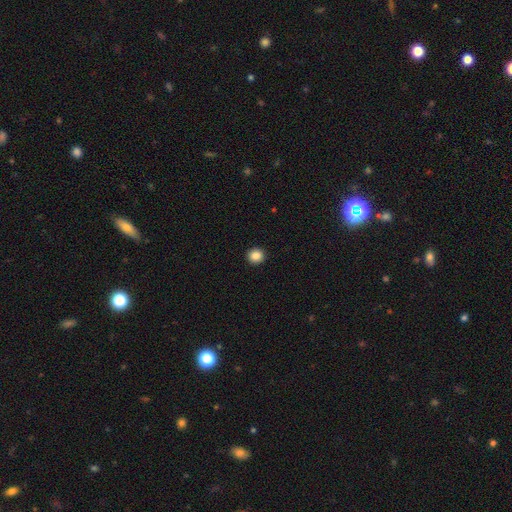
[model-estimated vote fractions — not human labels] A smooth galaxy with no disk features (86%) that is round (92%).

Vote fractions:
- Smooth or featured? smooth: 86% / star or artifact: 10% / featured or disk: 4%
- How rounded? round: 92% / in between: 7% / cigar-shaped: 1%
- Merging? none: 93% / minor disturbance: 4% / major disturbance: 1% / merger: 1%